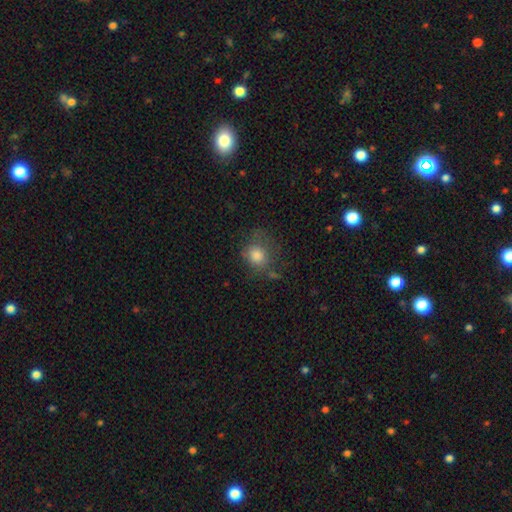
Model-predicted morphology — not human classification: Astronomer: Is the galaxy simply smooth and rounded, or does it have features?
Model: smooth — 78%.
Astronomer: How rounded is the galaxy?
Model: round — 74%.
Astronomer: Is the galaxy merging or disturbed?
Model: none — 59%.